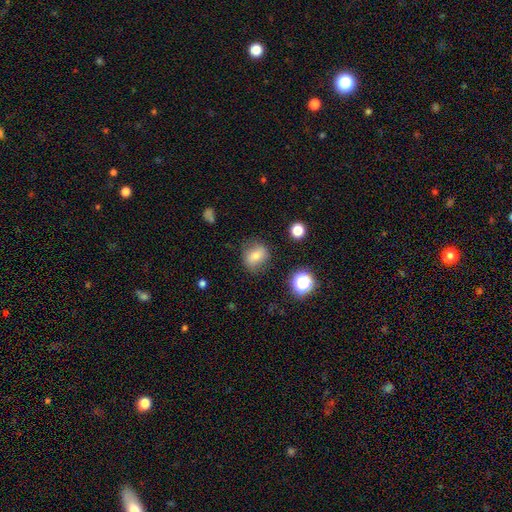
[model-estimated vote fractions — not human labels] smooth 71%, featured or disk 16%, star or artifact 13%. Down the decision tree: how rounded — round (62%); merging — none (76%).